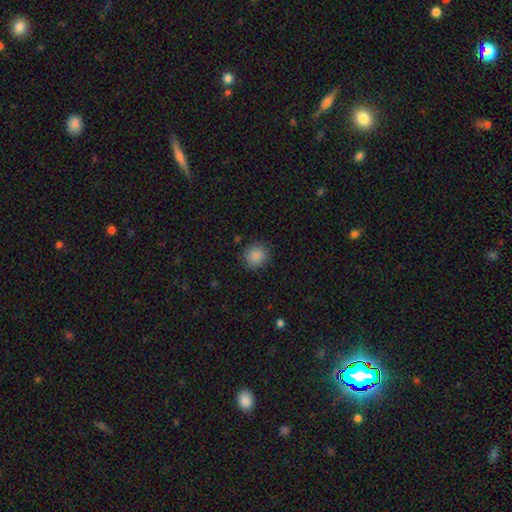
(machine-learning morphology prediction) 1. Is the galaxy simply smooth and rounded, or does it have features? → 87% smooth, 10% star or artifact, 3% featured or disk.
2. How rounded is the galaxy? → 90% round, 9% in between, 1% cigar-shaped.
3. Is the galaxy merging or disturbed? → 88% none, 9% minor disturbance, 3% major disturbance, 1% merger.